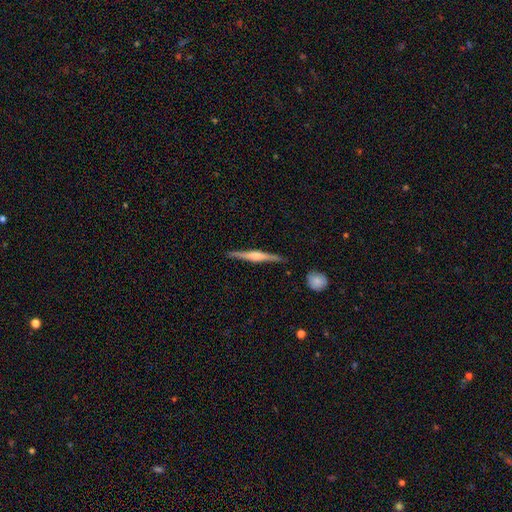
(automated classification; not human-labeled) Morphology: type=featured or disk (73%); edge-on=yes (98%); edge-on bulge=rounded (76%); merging=none (89%).